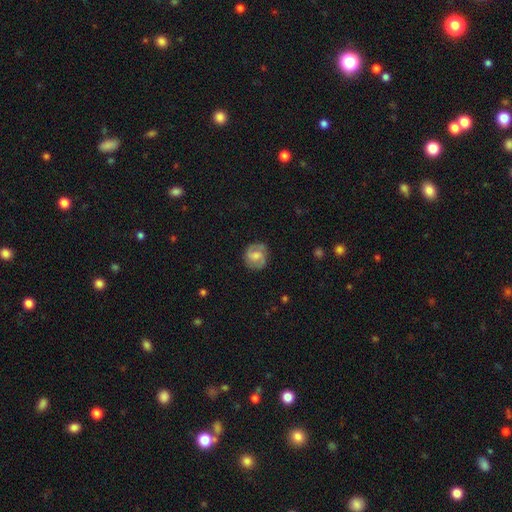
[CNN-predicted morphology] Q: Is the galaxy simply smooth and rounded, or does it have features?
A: featured or disk — 56%.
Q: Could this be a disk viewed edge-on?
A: no — 97%.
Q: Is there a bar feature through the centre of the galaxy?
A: weak — 50%.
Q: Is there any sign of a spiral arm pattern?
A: yes — 86%.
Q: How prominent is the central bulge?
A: moderate — 49%.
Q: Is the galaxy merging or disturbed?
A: none — 78%.